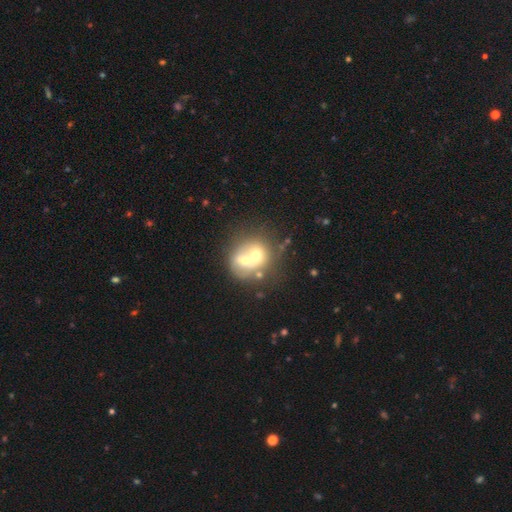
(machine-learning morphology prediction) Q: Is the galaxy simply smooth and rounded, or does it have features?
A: smooth — 55%.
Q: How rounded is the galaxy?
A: round — 75%.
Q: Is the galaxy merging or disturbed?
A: merger — 69%.